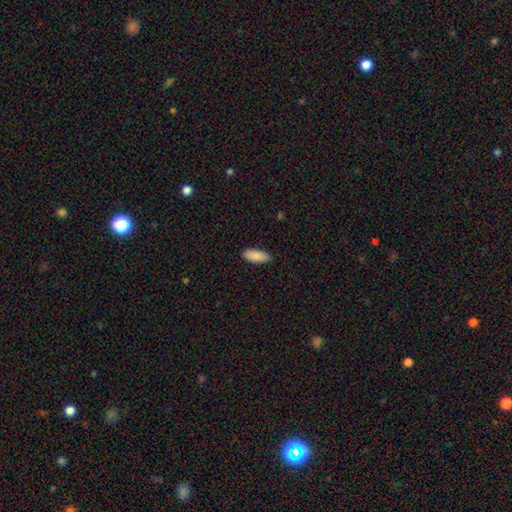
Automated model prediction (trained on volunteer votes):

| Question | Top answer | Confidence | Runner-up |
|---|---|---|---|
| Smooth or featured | smooth | 89% | star or artifact (6%) |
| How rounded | in between | 80% | cigar-shaped (18%) |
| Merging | none | 88% | minor disturbance (9%) |